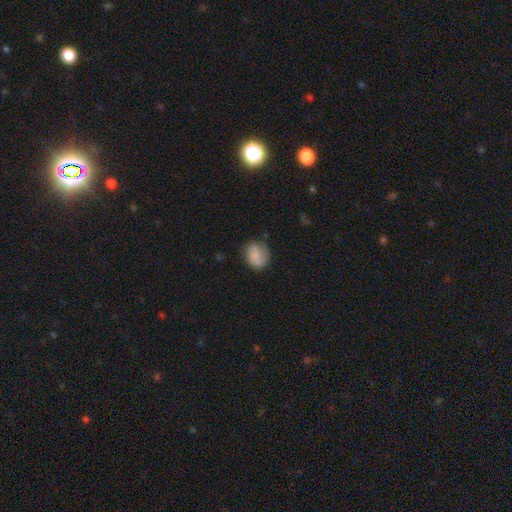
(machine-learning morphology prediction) Q: Smooth or featured?
A: smooth (71%); runner-up: featured or disk (21%)
Q: How rounded?
A: round (62%); runner-up: in between (37%)
Q: Merging?
A: none (61%); runner-up: minor disturbance (26%)